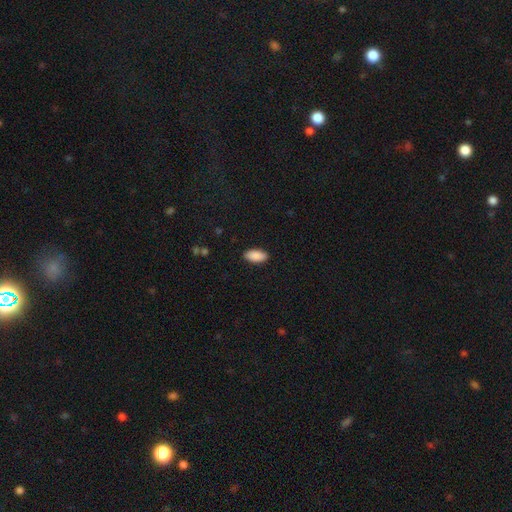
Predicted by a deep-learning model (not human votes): Smooth or featured? smooth (90%)
How rounded? in between (92%)
Merging? none (90%)